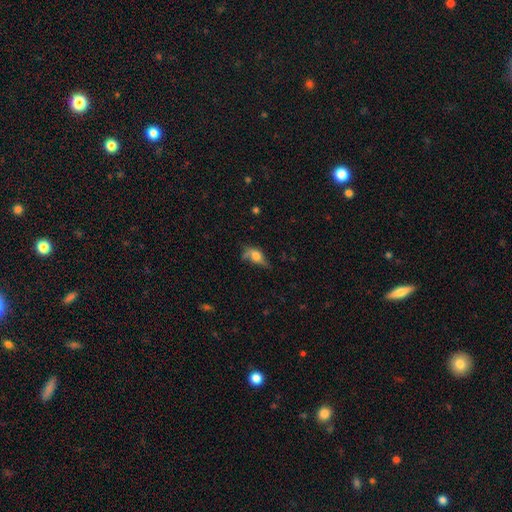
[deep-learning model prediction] A smooth galaxy with no disk features (49%). Merging: none (36%).